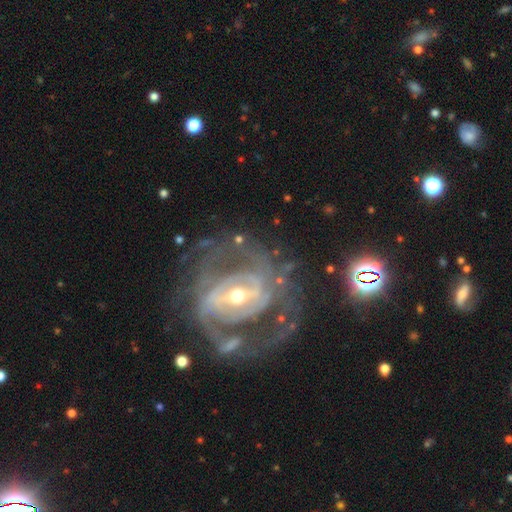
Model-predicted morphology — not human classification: This is clearly a featured or disk galaxy (86%). It is clearly not viewed edge-on (96%). Bar: possibly strong (47%). Spiral arm pattern: clearly yes (84%). Spiral arm count: marginally 2 (44%). Spiral winding: possibly tight (50%). Central bulge: possibly small (54%). Merging: likely none (62%).